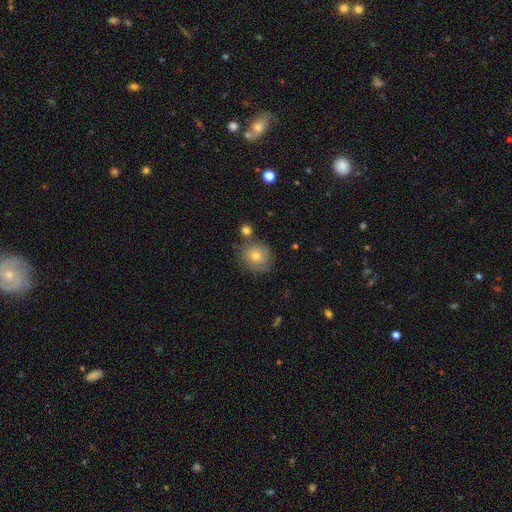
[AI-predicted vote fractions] Q: Smooth or featured?
A: smooth (63%); runner-up: featured or disk (25%)
Q: How rounded?
A: round (85%); runner-up: in between (14%)
Q: Merging?
A: none (74%); runner-up: minor disturbance (15%)